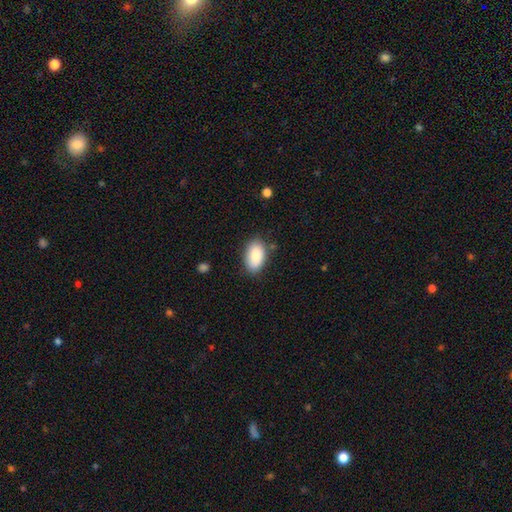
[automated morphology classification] A smooth galaxy with no disk features (85%) that is in between round and cigar-shaped (93%). Merging: none (80%).